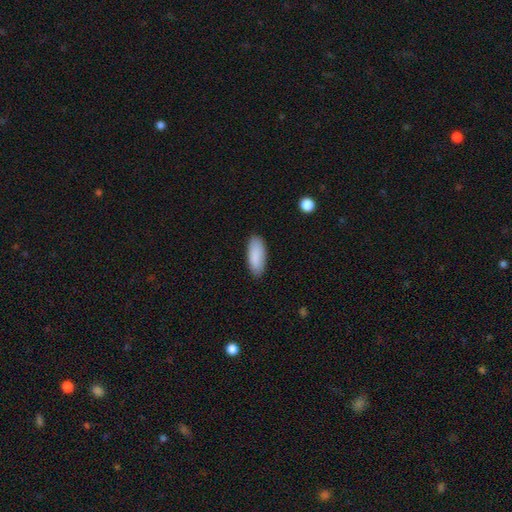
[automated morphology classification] smooth_or_featured: smooth (p=0.89) [alt: star or artifact p=0.06]
how_rounded: in between (p=0.82) [alt: cigar-shaped p=0.17]
merging: none (p=0.87) [alt: minor disturbance p=0.10]